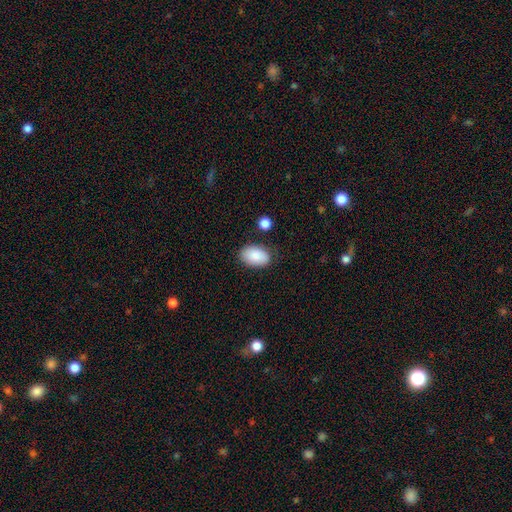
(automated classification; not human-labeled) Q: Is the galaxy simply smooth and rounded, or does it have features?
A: smooth — 88%.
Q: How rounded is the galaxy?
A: in between — 91%.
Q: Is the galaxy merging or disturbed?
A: none — 80%.